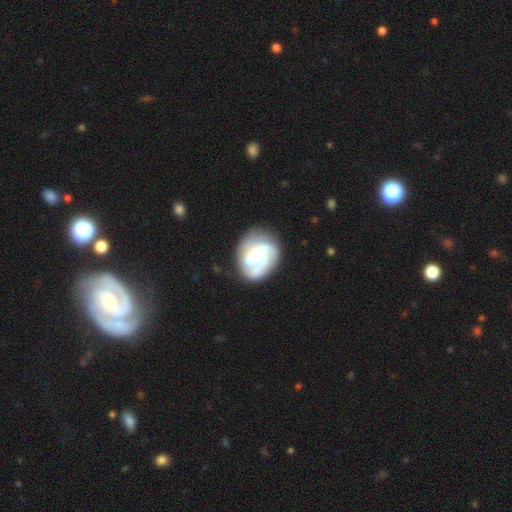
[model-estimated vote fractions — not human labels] A featured or disk galaxy (67%) with no bar (62%), 2 (30%) tight (43%) spiral arms (80%) and a moderate central bulge (51%). Merging: none (60%).